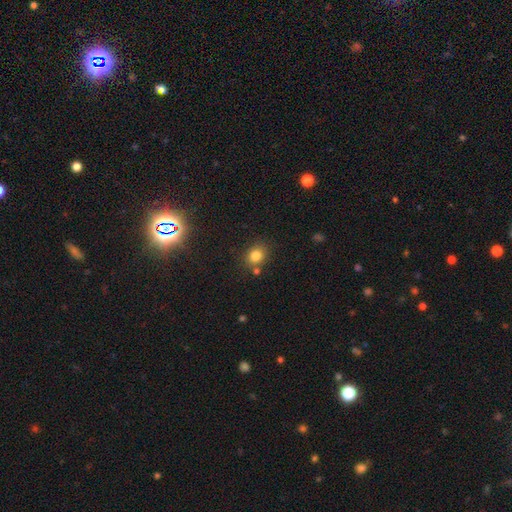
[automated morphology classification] smooth 80%, star or artifact 13%, featured or disk 7%. Down the decision tree: how rounded — round (64%); merging — none (74%).